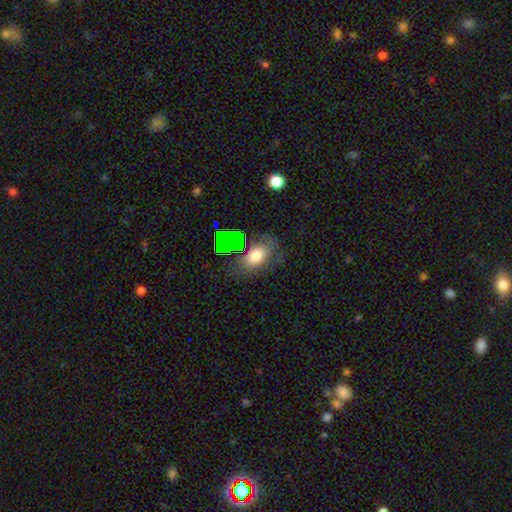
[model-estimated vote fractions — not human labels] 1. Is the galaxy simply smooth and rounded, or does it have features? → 65% smooth, 19% featured or disk, 16% star or artifact.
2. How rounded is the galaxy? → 83% in between, 15% round, 2% cigar-shaped.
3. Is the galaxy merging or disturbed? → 63% none, 21% minor disturbance, 11% major disturbance, 5% merger.